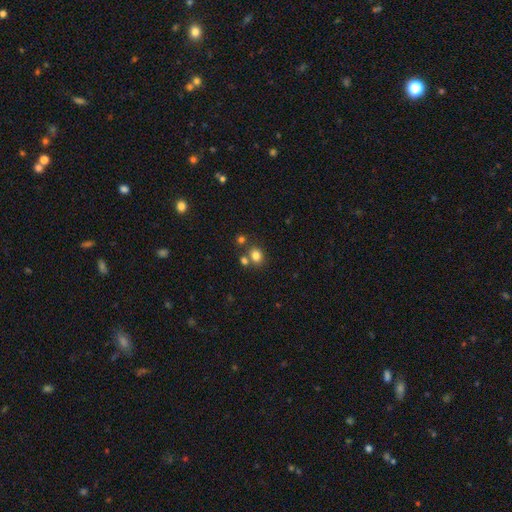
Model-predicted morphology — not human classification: A smooth galaxy with no disk features (80%) that is round (56%).

Vote fractions:
- Smooth or featured? smooth: 80% / star or artifact: 13% / featured or disk: 7%
- How rounded? round: 56% / in between: 44% / cigar-shaped: 1%
- Merging? none: 63% / merger: 23% / minor disturbance: 10% / major disturbance: 4%